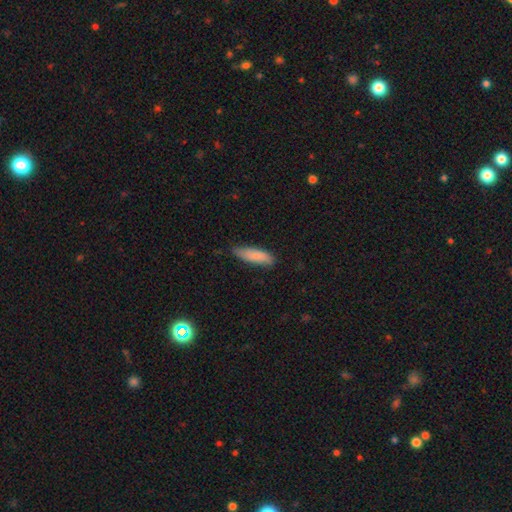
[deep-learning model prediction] Overall: smooth (85%). How rounded: cigar-shaped (53%; in between 45%). Merging: none (72%).